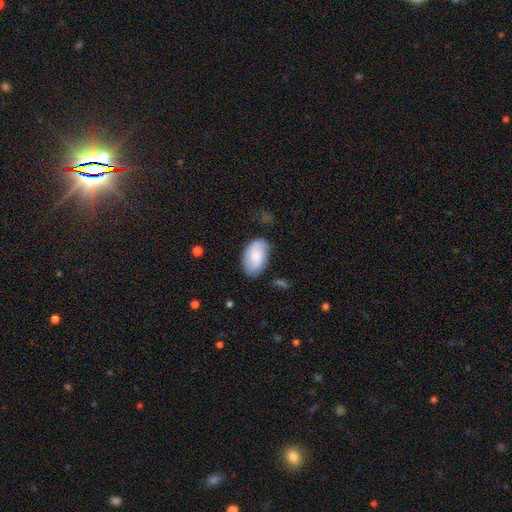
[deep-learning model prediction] A smooth galaxy with no disk features (68%) that is in between round and cigar-shaped (93%).

Vote fractions:
- Smooth or featured? smooth: 68% / featured or disk: 25% / star or artifact: 7%
- How rounded? in between: 93% / round: 6% / cigar-shaped: 1%
- Merging? none: 69% / minor disturbance: 22% / major disturbance: 6% / merger: 2%